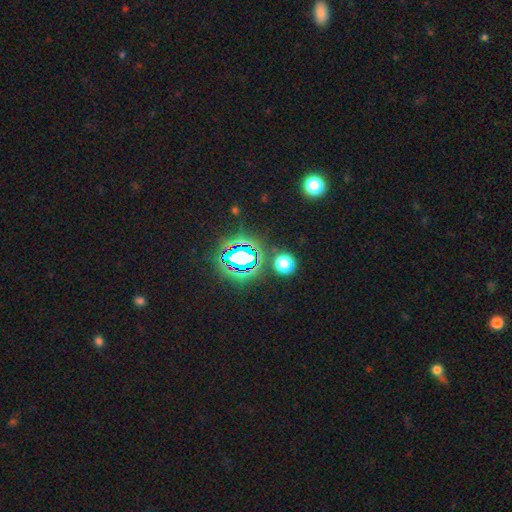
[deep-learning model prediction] Smooth or featured? Predicted: star or artifact (p=0.78).